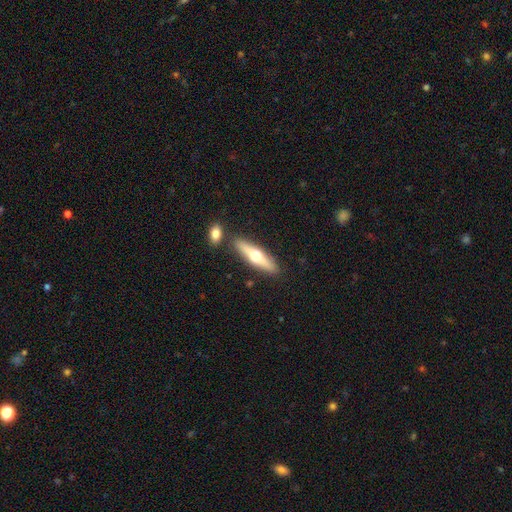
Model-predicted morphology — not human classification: A featured or disk galaxy (51%) viewed edge-on (91%).

Vote fractions:
- Smooth or featured? featured or disk: 51% / smooth: 44% / star or artifact: 5%
- Edge-on disk? yes: 91% / no: 9%
- Merging? none: 81% / minor disturbance: 9% / merger: 7% / major disturbance: 2%